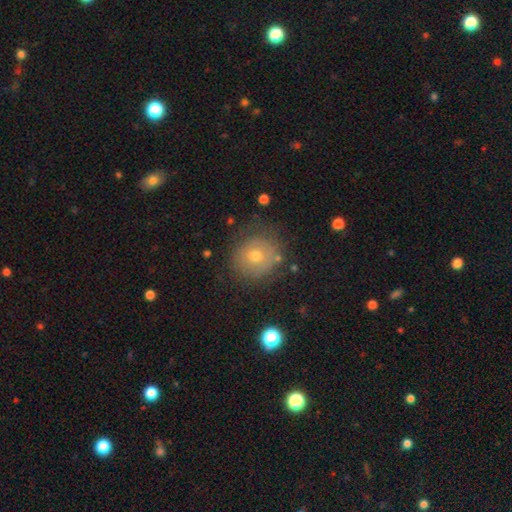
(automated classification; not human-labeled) Smooth or featured: smooth — 61% (featured or disk — 27%)
How rounded: round — 88% (in between — 11%)
Merging: none — 74% (minor disturbance — 17%)